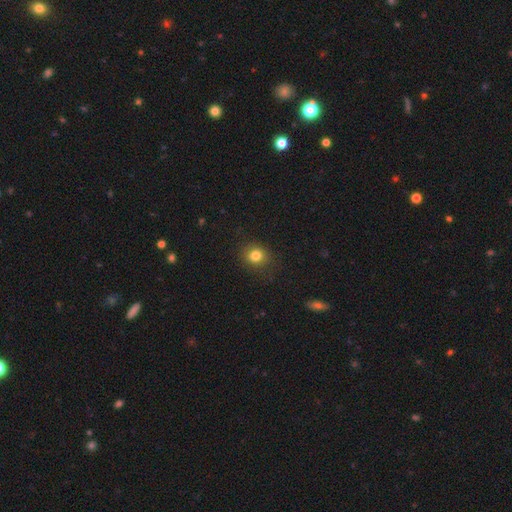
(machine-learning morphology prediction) This appears to be a smooth galaxy with no disk features (81%) that is round (74%). Merging: none (86%).